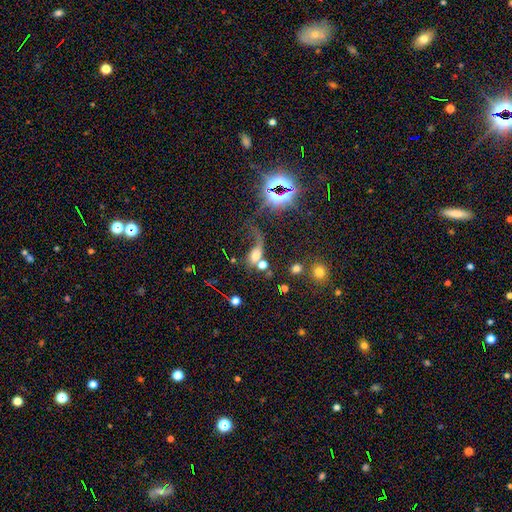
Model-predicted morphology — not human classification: Smooth or featured? Predicted: smooth (p=0.44). Merging? Predicted: major disturbance (p=0.36).